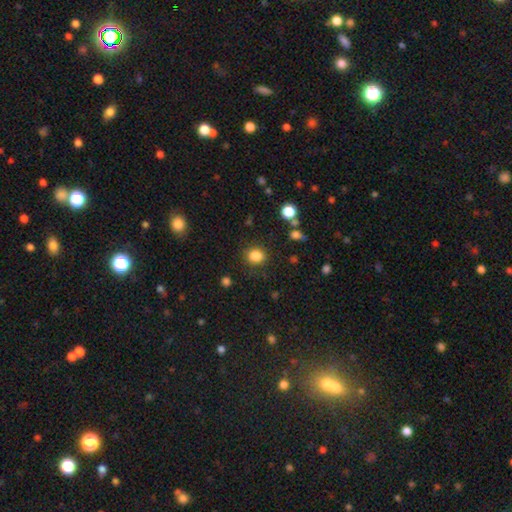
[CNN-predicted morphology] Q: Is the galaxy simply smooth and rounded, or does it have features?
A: smooth — 84%.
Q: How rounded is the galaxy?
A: round — 71%.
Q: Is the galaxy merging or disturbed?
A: none — 86%.